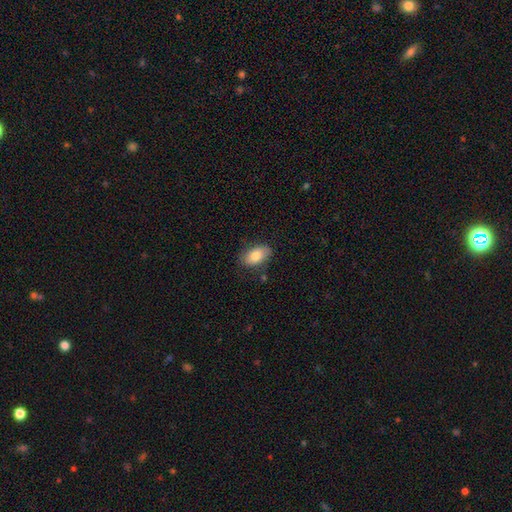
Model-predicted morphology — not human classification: The model was most divided on "merging": none: 79%, minor disturbance: 16%, major disturbance: 3%, merger: 2%. More confident: how rounded — in between (92%); smooth or featured — smooth (82%).